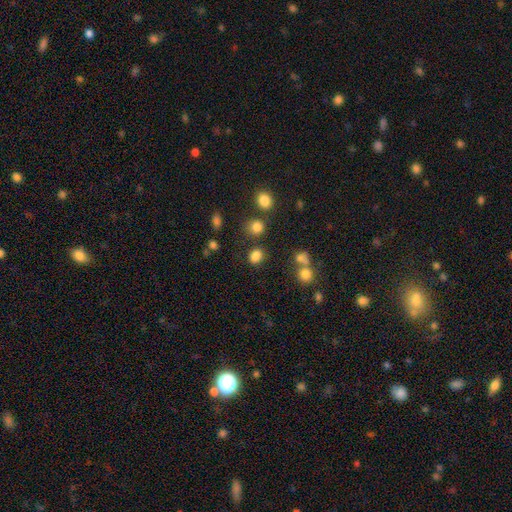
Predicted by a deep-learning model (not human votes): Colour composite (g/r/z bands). It shows a smooth galaxy with no disk features (81%) that is round (52%). Merging: none (75%).